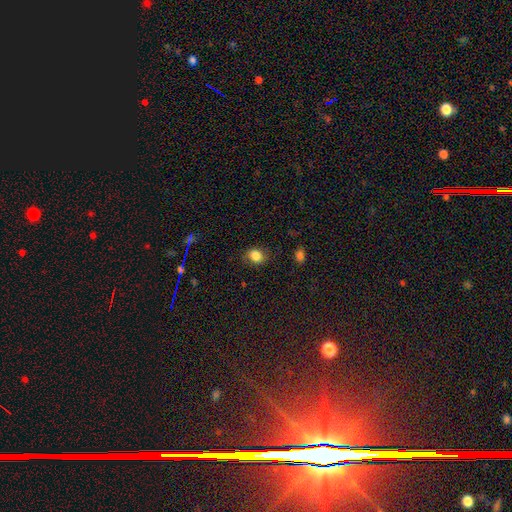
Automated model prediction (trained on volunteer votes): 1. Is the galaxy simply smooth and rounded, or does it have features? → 84% smooth, 11% star or artifact, 6% featured or disk.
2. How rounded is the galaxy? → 55% round, 44% in between, 1% cigar-shaped.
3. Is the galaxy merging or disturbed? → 78% none, 16% minor disturbance, 4% major disturbance, 1% merger.